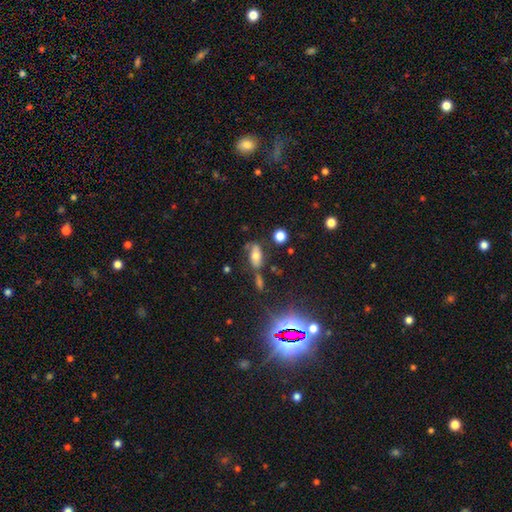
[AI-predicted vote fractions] Morphology: type=smooth (60%); roundness=in between (81%); merging=none (57%).